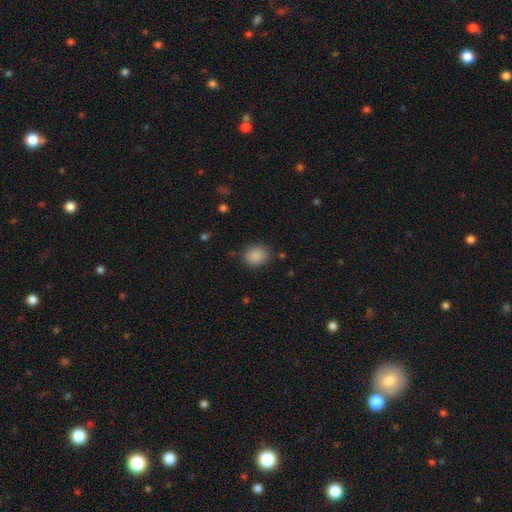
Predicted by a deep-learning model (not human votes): Smooth or featured? smooth (88%)
How rounded? round (55%)
Merging? none (84%)